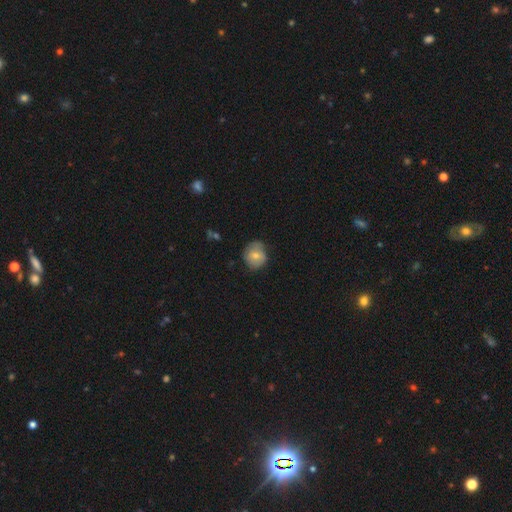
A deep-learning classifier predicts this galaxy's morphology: smooth 68%, featured or disk 24%, star or artifact 8%. Down the decision tree: how rounded — round (79%); merging — none (65%).